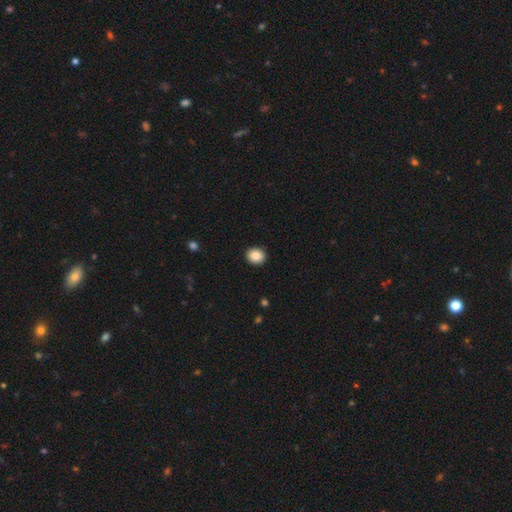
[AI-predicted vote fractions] This is clearly a smooth galaxy (86%). How rounded: likely round (72%). Merging: clearly none (92%).